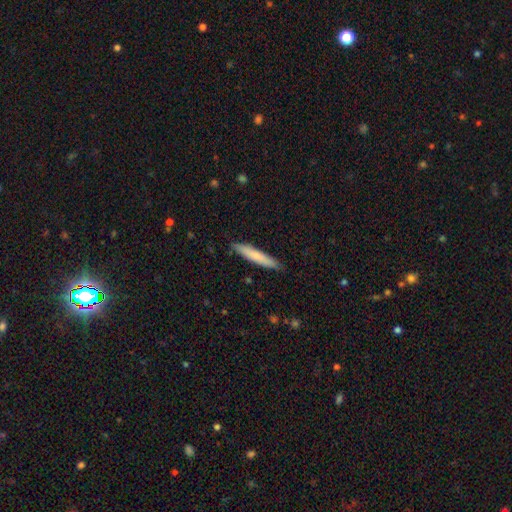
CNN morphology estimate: smooth-or-featured: smooth: 73% | featured or disk: 21% | star or artifact: 6%
  how-rounded: cigar-shaped: 92% | in between: 6% | round: 1%
  merging: none: 88% | minor disturbance: 9% | major disturbance: 2% | merger: 1%